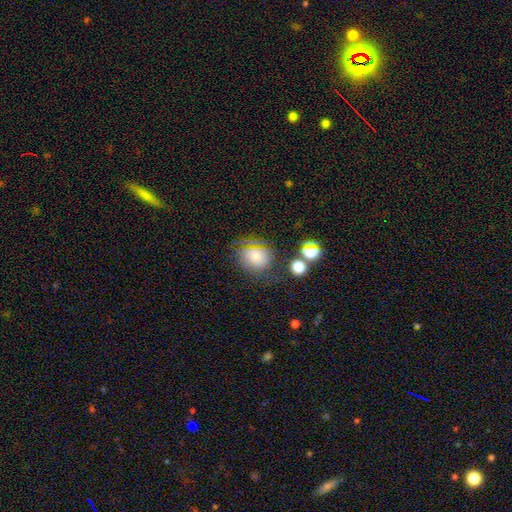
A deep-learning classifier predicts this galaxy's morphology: smooth-or-featured: smooth: 63% | star or artifact: 20% | featured or disk: 17%
  how-rounded: round: 70% | in between: 29% | cigar-shaped: 1%
  merging: none: 61% | minor disturbance: 20% | major disturbance: 12% | merger: 7%